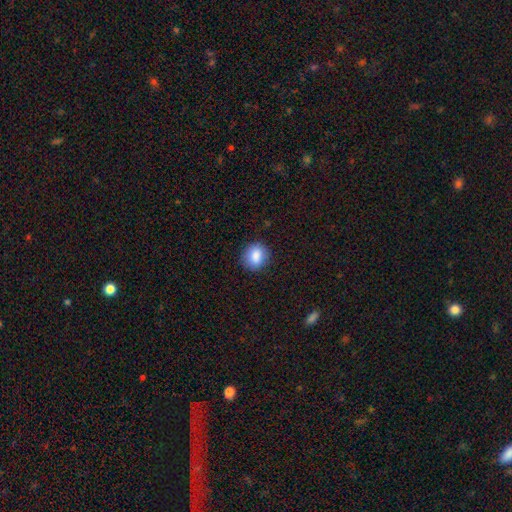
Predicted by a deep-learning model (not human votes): Smooth or featured? smooth (86%)
How rounded? round (74%)
Merging? none (86%)